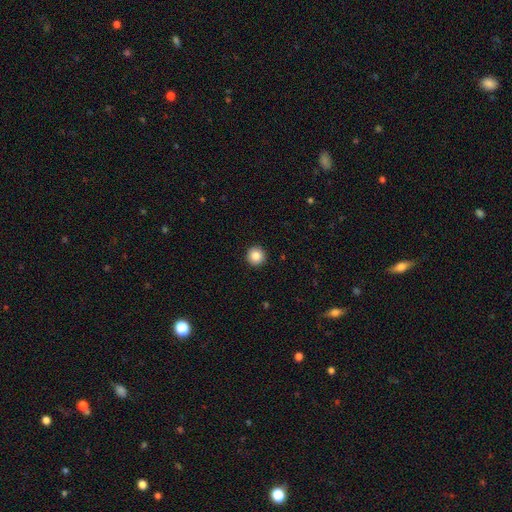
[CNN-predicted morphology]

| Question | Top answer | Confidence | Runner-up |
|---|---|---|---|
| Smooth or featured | smooth | 86% | star or artifact (9%) |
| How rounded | round | 96% | in between (3%) |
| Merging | none | 93% | minor disturbance (4%) |